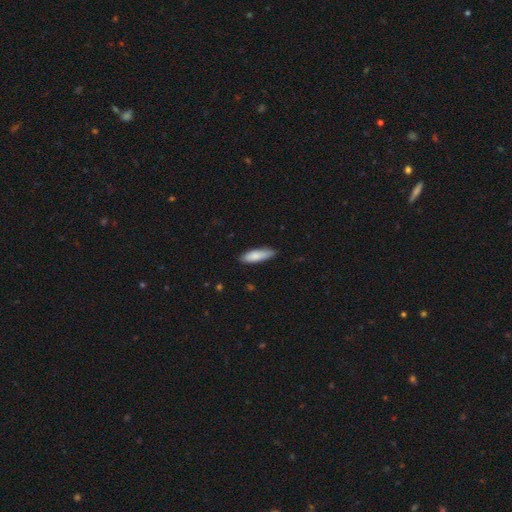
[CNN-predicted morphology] The model was most divided on "how rounded": cigar-shaped: 53%, in between: 45%, round: 2%. More confident: smooth or featured — smooth (84%); merging — none (81%).